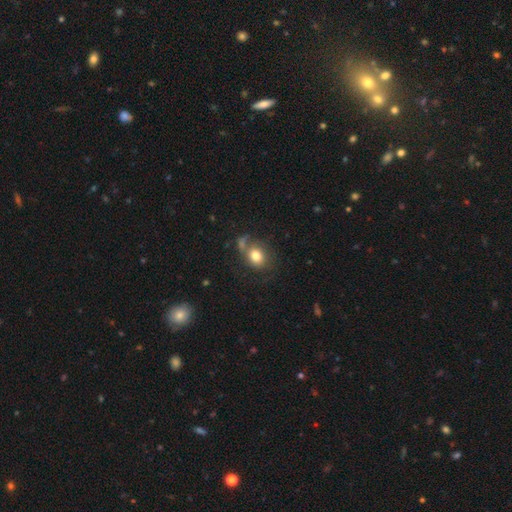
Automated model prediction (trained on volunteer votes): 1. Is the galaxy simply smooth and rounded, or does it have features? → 76% smooth, 15% featured or disk, 9% star or artifact.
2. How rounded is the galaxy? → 56% round, 43% in between, 1% cigar-shaped.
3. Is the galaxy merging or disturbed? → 53% none, 19% minor disturbance, 15% merger, 14% major disturbance.